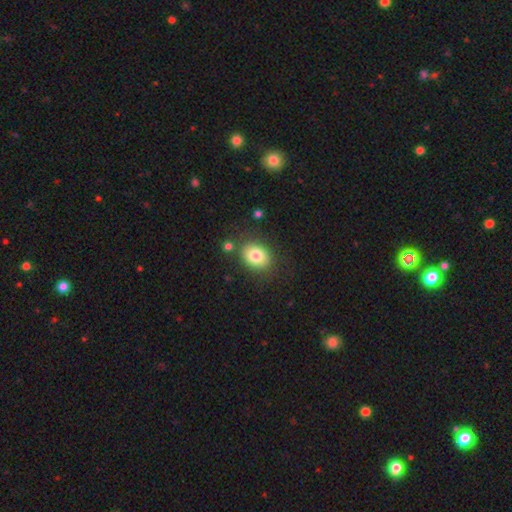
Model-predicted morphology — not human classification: A smooth galaxy with no disk features (81%) that is in between round and cigar-shaped (58%). Merging: none (81%).